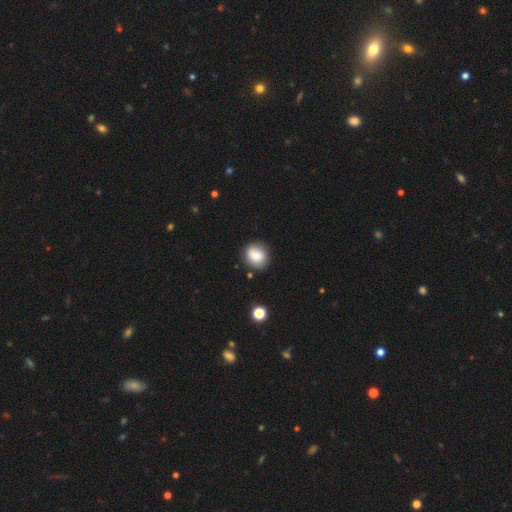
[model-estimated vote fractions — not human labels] Smooth or featured? smooth (82%)
How rounded? round (77%)
Merging? none (79%)